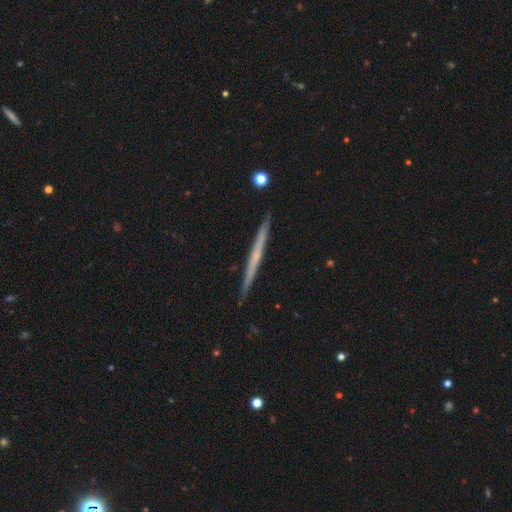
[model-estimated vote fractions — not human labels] Smooth or featured? featured or disk (65%)
Edge-on disk? yes (98%)
Edge-on bulge? none (74%)
Merging? none (92%)